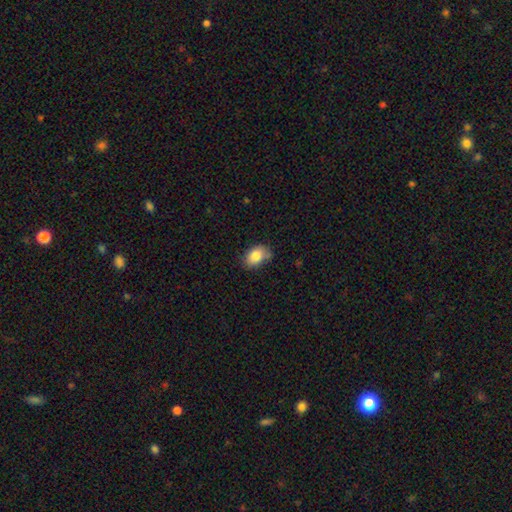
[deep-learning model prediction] smooth 85%, star or artifact 8%, featured or disk 8%. Down the decision tree: how rounded — in between (84%); merging — none (76%).